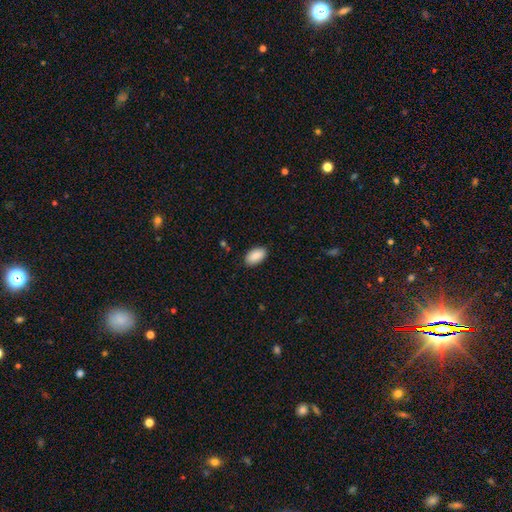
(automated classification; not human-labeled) smooth 88%, star or artifact 7%, featured or disk 5%. Down the decision tree: how rounded — in between (95%); merging — none (88%).